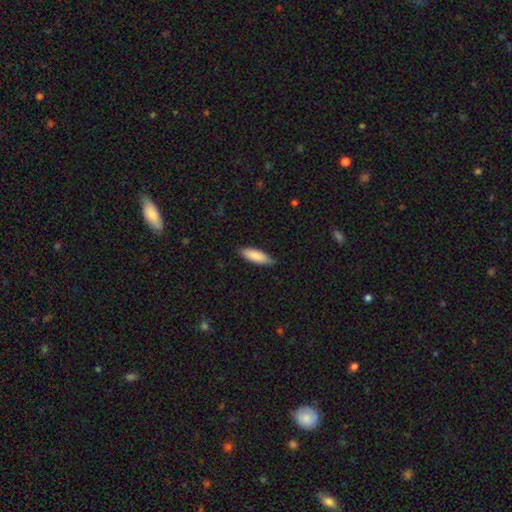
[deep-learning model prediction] Overall: smooth (87%). How rounded: in between (58%; cigar-shaped 41%). Merging: none (84%).